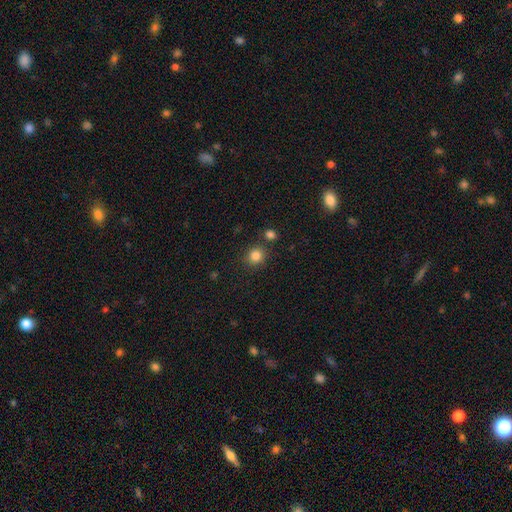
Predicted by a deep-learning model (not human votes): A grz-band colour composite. It shows a smooth galaxy with no disk features (84%) that is round (85%). Merging: none (81%).